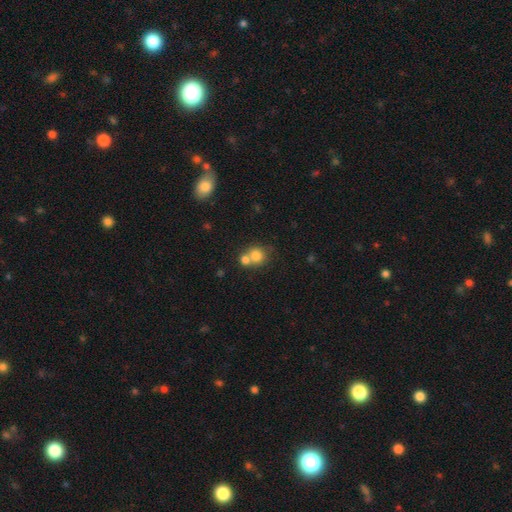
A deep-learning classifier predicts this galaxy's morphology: A smooth galaxy with no disk features (78%) that is round (82%).

Vote fractions:
- Smooth or featured? smooth: 78% / featured or disk: 12% / star or artifact: 10%
- How rounded? round: 82% / in between: 17% / cigar-shaped: 1%
- Merging? merger: 48% / none: 41% / minor disturbance: 8% / major disturbance: 3%